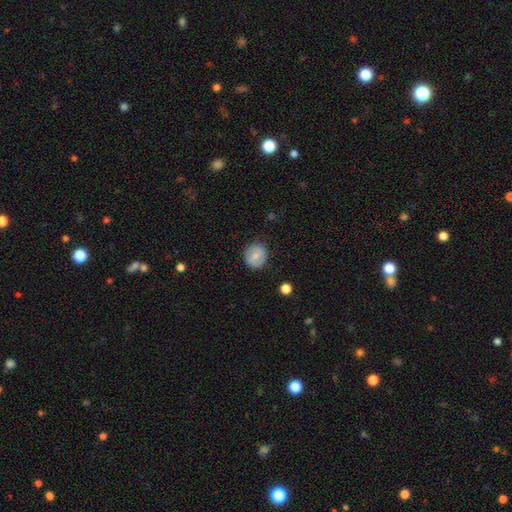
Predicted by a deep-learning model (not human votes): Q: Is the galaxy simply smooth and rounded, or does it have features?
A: smooth — 66%.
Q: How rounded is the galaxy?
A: round — 80%.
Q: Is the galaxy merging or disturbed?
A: none — 84%.